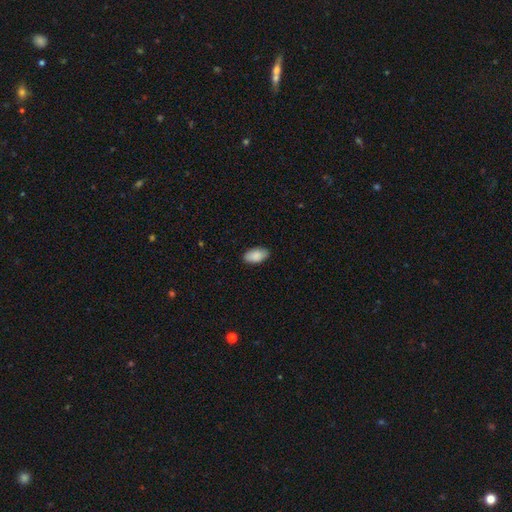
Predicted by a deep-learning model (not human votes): Q: Smooth or featured?
A: smooth (89%); runner-up: star or artifact (6%)
Q: How rounded?
A: in between (95%); runner-up: round (3%)
Q: Merging?
A: none (87%); runner-up: minor disturbance (10%)